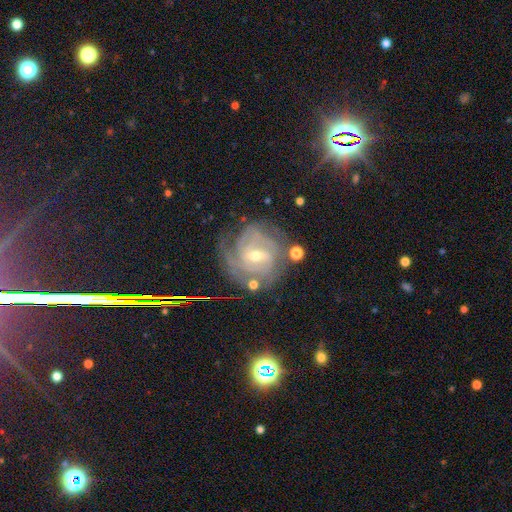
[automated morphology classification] featured or disk 87%, star or artifact 7%, smooth 6%. Down the decision tree: edge-on disk — no (97%); bar — weak (53%); spiral arms — yes (97%); spiral arm count — 3 (28%); spiral winding — tight (71%); bulge size — small (48%, tied with moderate); merging — none (68%).